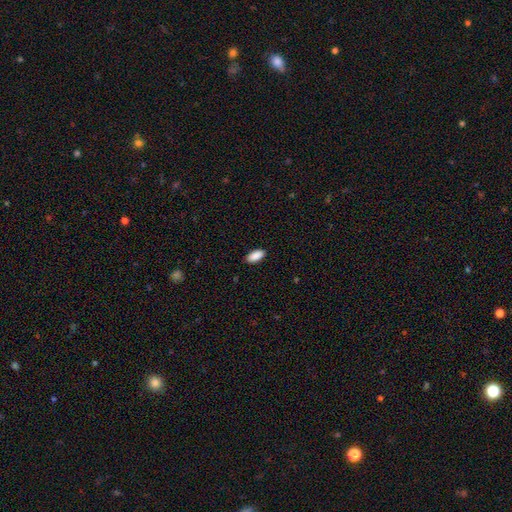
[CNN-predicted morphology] Overall: smooth (90%). How rounded: in between (89%). Merging: none (89%).